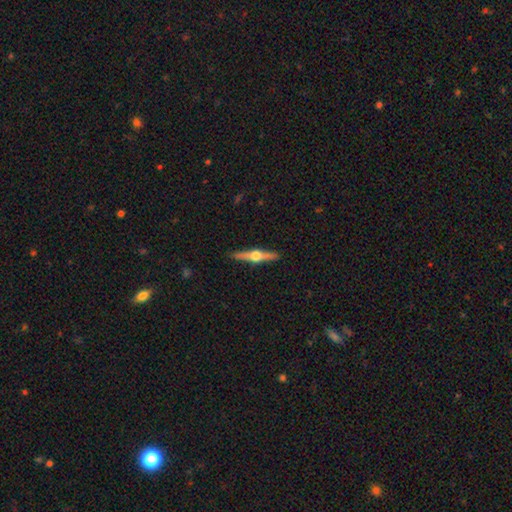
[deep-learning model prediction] A featured or disk galaxy (77%) viewed edge-on (98%) with a rounded central bulge (96%).

Vote fractions:
- Smooth or featured? featured or disk: 77% / smooth: 17% / star or artifact: 5%
- Edge-on disk? yes: 98% / no: 2%
- Edge-on bulge? rounded: 96% / boxy: 2% / none: 1%
- Merging? none: 91% / minor disturbance: 6% / major disturbance: 1% / merger: 1%